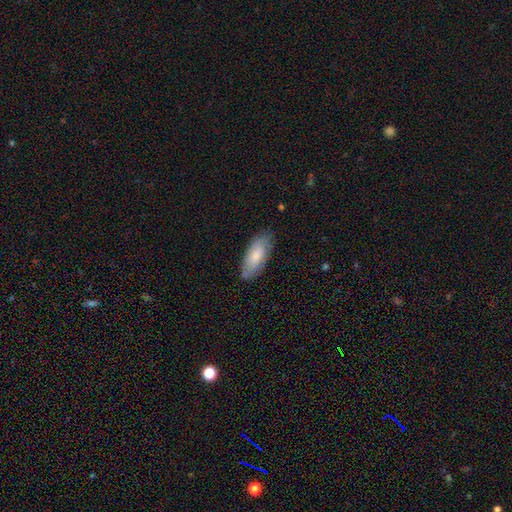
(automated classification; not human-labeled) This is likely a smooth galaxy (73%). How rounded: clearly in between (81%). Merging: likely none (76%).